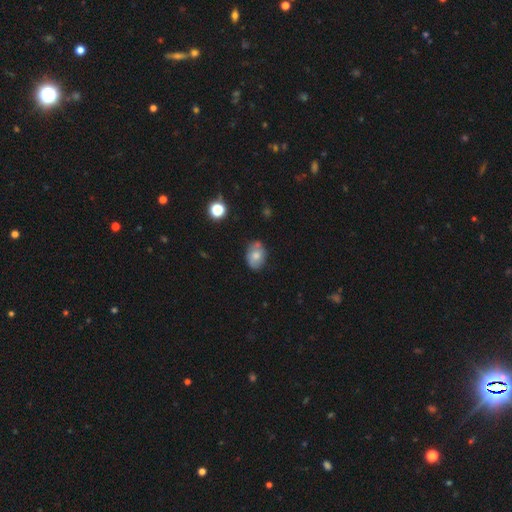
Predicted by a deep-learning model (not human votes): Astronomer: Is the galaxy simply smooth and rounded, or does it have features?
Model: smooth — 71%.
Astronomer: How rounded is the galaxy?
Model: in between — 74%.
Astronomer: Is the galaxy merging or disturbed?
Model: none — 70%.